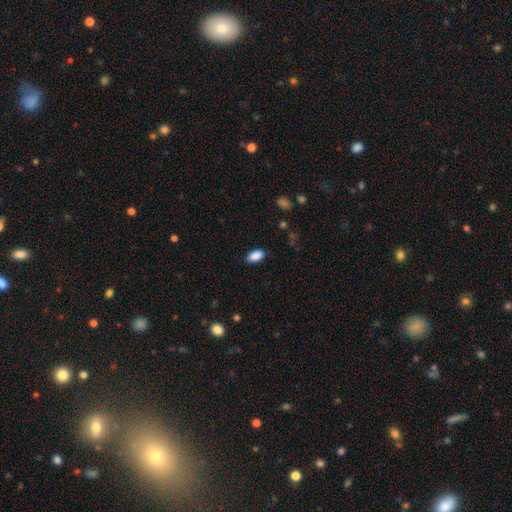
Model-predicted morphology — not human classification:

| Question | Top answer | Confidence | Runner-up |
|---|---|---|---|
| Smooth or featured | smooth | 89% | star or artifact (7%) |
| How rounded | in between | 92% | cigar-shaped (4%) |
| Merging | none | 87% | minor disturbance (9%) |